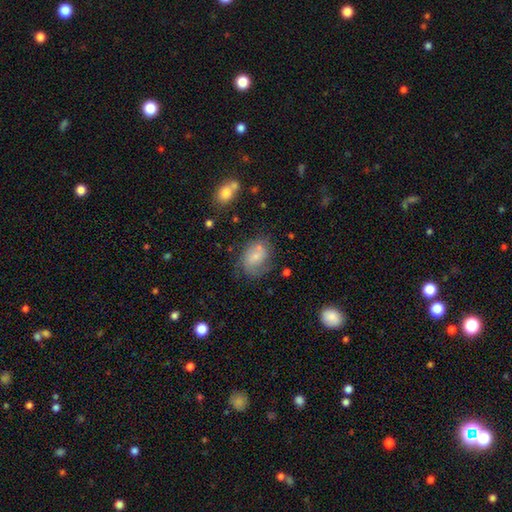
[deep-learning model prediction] A smooth galaxy with no disk features (51%) that is in between round and cigar-shaped (72%).

Vote fractions:
- Smooth or featured? smooth: 51% / featured or disk: 39% / star or artifact: 10%
- How rounded? in between: 72% / round: 27% / cigar-shaped: 2%
- Merging? none: 51% / minor disturbance: 25% / major disturbance: 14% / merger: 10%